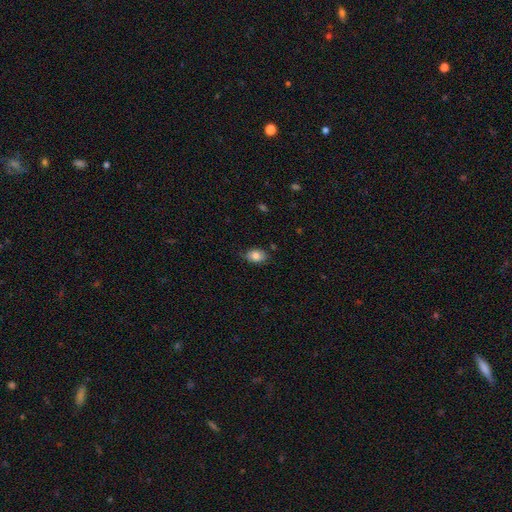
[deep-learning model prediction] A smooth galaxy with no disk features (79%) that is in between round and cigar-shaped (81%).

Vote fractions:
- Smooth or featured? smooth: 79% / featured or disk: 13% / star or artifact: 8%
- How rounded? in between: 81% / round: 18% / cigar-shaped: 1%
- Merging? none: 77% / minor disturbance: 19% / major disturbance: 3% / merger: 1%